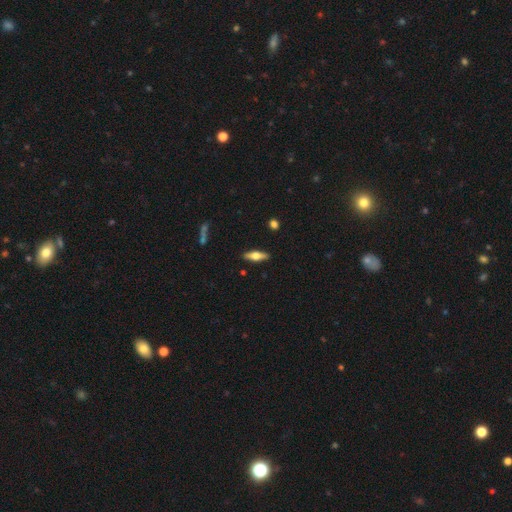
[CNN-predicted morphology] A featured or disk galaxy (48%). Merging: none (89%).